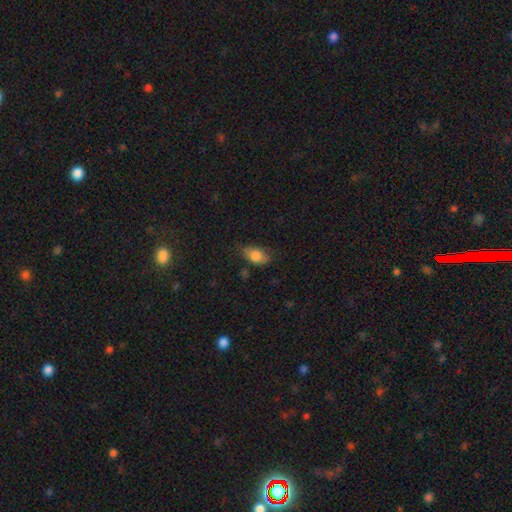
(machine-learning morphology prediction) Smooth or featured?
  - smooth: 82% *
  - featured or disk: 10%
  - star or artifact: 8%
How rounded?
  - in between: 86% *
  - round: 10%
  - cigar-shaped: 3%
Merging?
  - none: 64% *
  - minor disturbance: 27%
  - major disturbance: 7%
  - merger: 2%